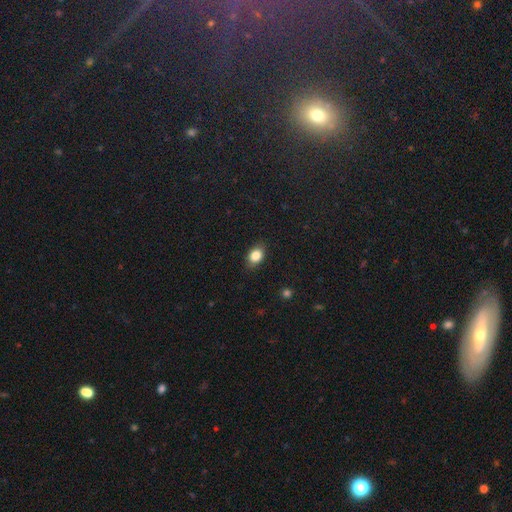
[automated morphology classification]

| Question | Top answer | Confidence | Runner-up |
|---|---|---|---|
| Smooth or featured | smooth | 84% | star or artifact (9%) |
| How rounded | in between | 78% | round (21%) |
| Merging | none | 84% | minor disturbance (13%) |